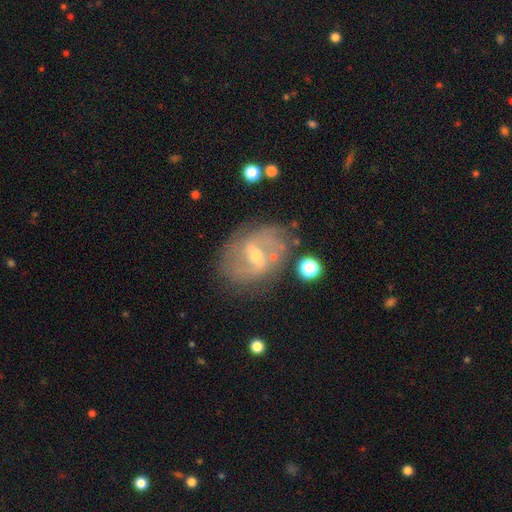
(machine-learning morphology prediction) smooth-or-featured: featured or disk: 75% | smooth: 13% | star or artifact: 12%
  disk-edge-on: no: 95% | yes: 5%
    bar: weak: 49% | strong: 33% | no: 18%
    has-spiral-arms: yes: 83% | no: 17%
      spiral-winding: medium: 40% | tight: 32% | loose: 28%
      spiral-arm-count: 2: 54% | can't tell: 27% | 3: 8% | 1: 4% | 4: 4% | more than 4: 3%
    bulge-size: small: 52% | moderate: 44% | none: 2% | large: 2% | dominant: 1%
  merging: none: 73% | minor disturbance: 15% | major disturbance: 7% | merger: 5%